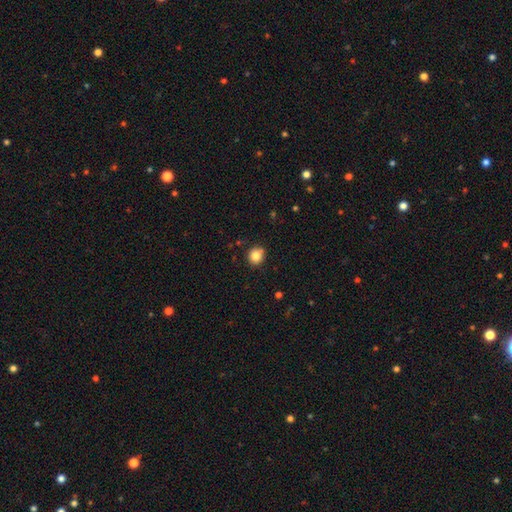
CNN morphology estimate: A smooth galaxy with no disk features (83%) that is round (83%). Merging: none (84%).